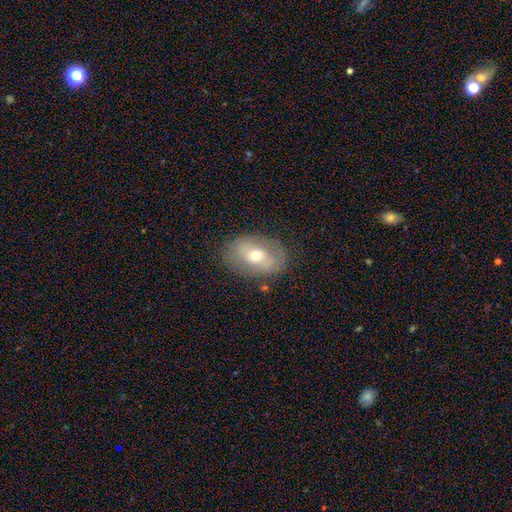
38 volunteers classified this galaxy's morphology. A smooth galaxy with no disk features (47%) that is in between round and cigar-shaped (83%).

Vote fractions:
- Smooth or featured? smooth: 47% / featured or disk: 45% / star or artifact: 8%
- How rounded? in between: 83% / round: 17% / cigar-shaped: 0%
- Merging? none: 94% / minor disturbance: 3% / major disturbance: 3% / merger: 0%